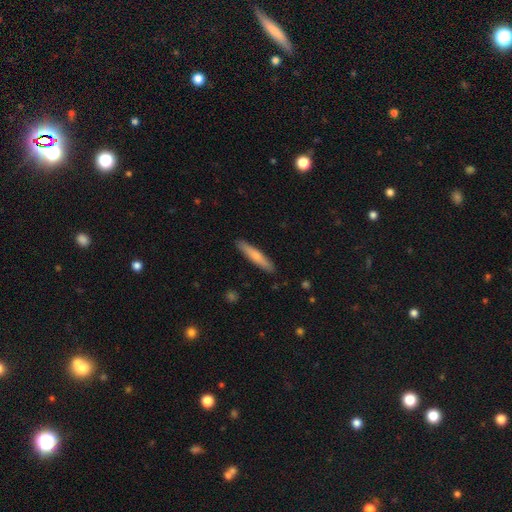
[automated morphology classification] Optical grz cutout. It shows a smooth galaxy with no disk features (68%) that is cigar-shaped (92%). Merging: none (90%).